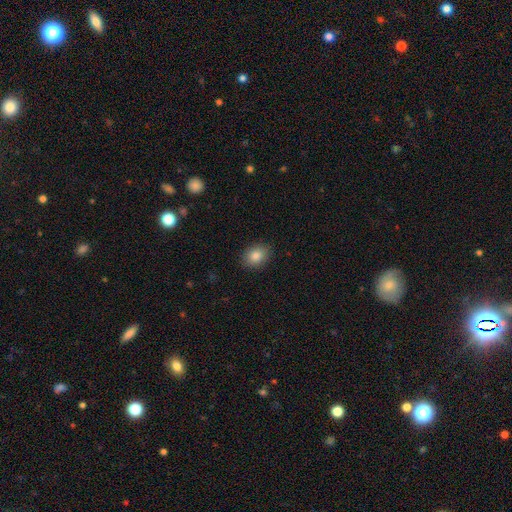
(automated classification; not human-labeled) Smooth or featured?
  - smooth: 85% *
  - star or artifact: 9%
  - featured or disk: 6%
How rounded?
  - in between: 63% *
  - round: 36%
  - cigar-shaped: 1%
Merging?
  - none: 88% *
  - minor disturbance: 9%
  - major disturbance: 2%
  - merger: 1%